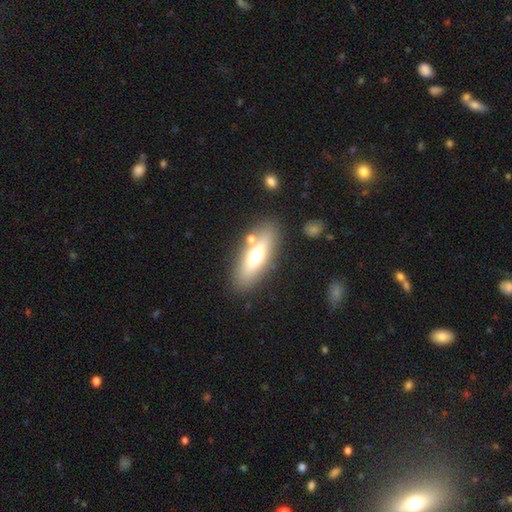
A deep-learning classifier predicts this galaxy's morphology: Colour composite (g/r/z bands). It shows a smooth galaxy with no disk features (53%) that is in between round and cigar-shaped (58%). Merging: none (80%).